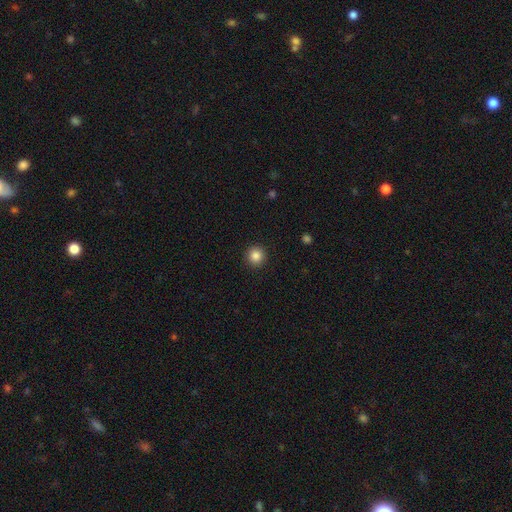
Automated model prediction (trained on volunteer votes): This is clearly a smooth galaxy (86%). How rounded: clearly round (95%). Merging: clearly none (93%).